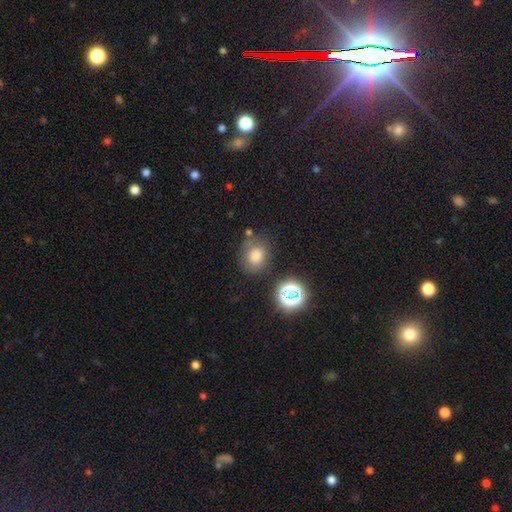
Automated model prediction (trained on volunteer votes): Morphology: type=smooth (70%); roundness=round (67%); merging=none (73%).